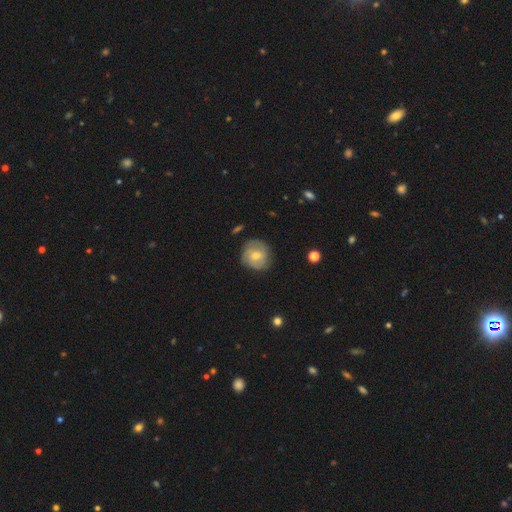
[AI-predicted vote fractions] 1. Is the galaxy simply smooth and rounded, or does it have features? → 47% featured or disk, 44% smooth, 9% star or artifact.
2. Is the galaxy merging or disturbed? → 78% none, 17% minor disturbance, 4% major disturbance, 2% merger.